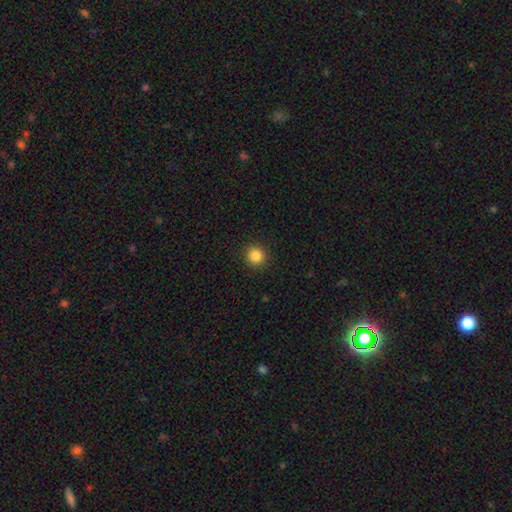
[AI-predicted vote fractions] Smooth or featured: smooth — 85% (star or artifact — 11%)
How rounded: round — 93% (in between — 6%)
Merging: none — 92% (minor disturbance — 5%)